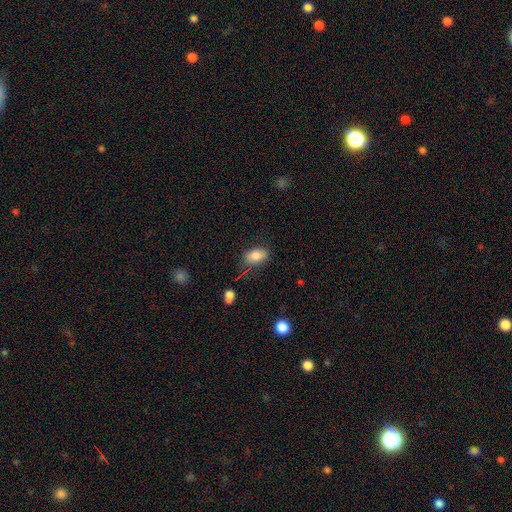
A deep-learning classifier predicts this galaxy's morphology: smooth_or_featured: smooth (p=0.82) [alt: featured or disk p=0.09]
how_rounded: in between (p=0.87) [alt: round p=0.11]
merging: none (p=0.74) [alt: minor disturbance p=0.19]